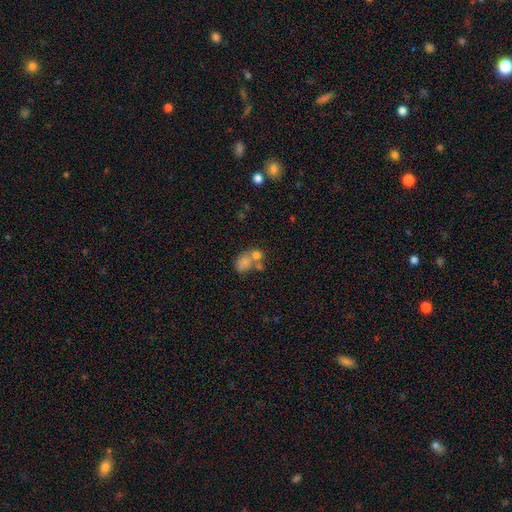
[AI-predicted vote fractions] smooth 67%, featured or disk 17%, star or artifact 16%. Down the decision tree: how rounded — round (50%); merging — merger (52%).